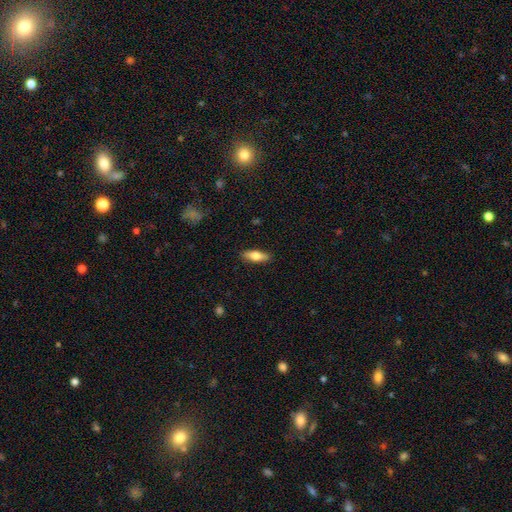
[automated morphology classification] Q: Smooth or featured?
A: smooth (62%); runner-up: featured or disk (32%)
Q: How rounded?
A: in between (58%); runner-up: cigar-shaped (39%)
Q: Merging?
A: none (88%); runner-up: minor disturbance (9%)